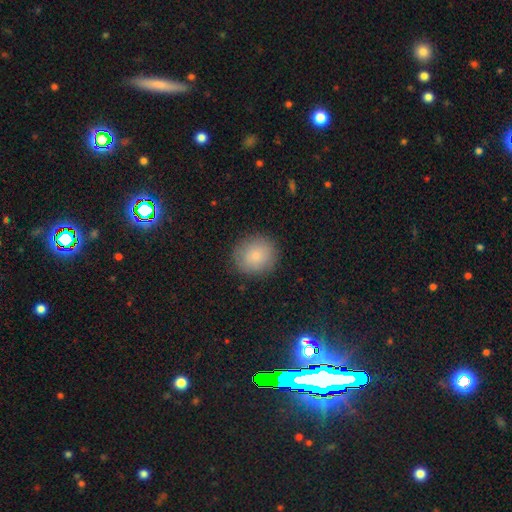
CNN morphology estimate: A smooth galaxy with no disk features (83%) that is round (87%).

Vote fractions:
- Smooth or featured? smooth: 83% / star or artifact: 9% / featured or disk: 8%
- How rounded? round: 87% / in between: 12% / cigar-shaped: 1%
- Merging? none: 87% / minor disturbance: 9% / major disturbance: 3% / merger: 1%